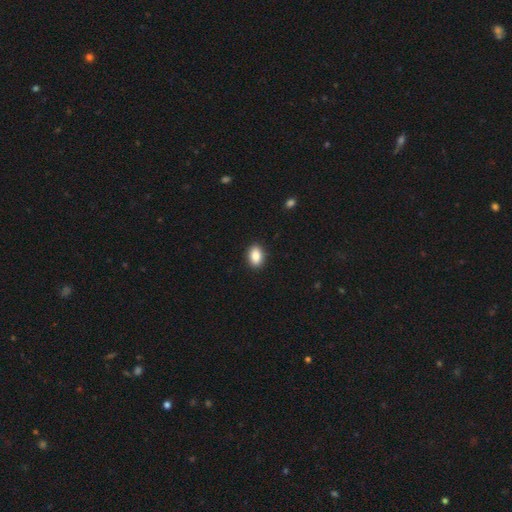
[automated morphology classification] Smooth or featured?
  - smooth: 87% *
  - star or artifact: 8%
  - featured or disk: 6%
How rounded?
  - in between: 86% *
  - round: 12%
  - cigar-shaped: 2%
Merging?
  - none: 91% *
  - minor disturbance: 7%
  - major disturbance: 2%
  - merger: 1%